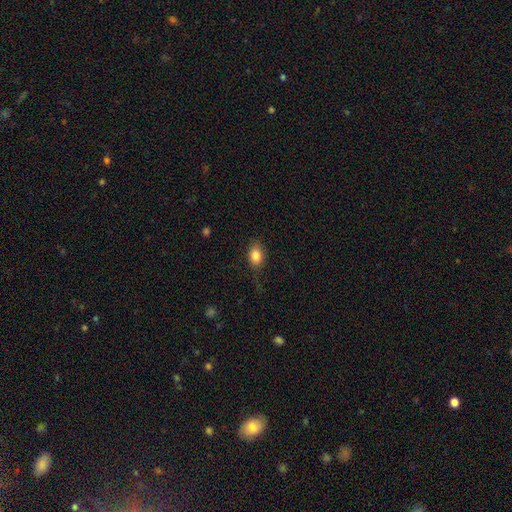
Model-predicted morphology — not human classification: smooth_or_featured: smooth (p=0.85) [alt: star or artifact p=0.09]
how_rounded: in between (p=0.77) [alt: round p=0.21]
merging: none (p=0.76) [alt: minor disturbance p=0.17]